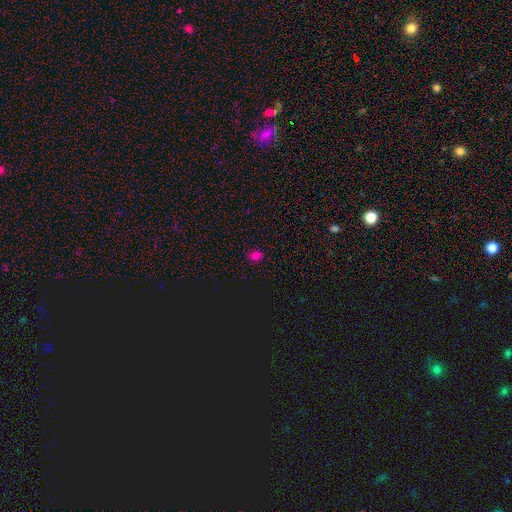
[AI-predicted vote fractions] smooth-or-featured: smooth: 71% | star or artifact: 24% | featured or disk: 5%
  how-rounded: in between: 72% | round: 27% | cigar-shaped: 1%
  merging: none: 83% | minor disturbance: 13% | major disturbance: 3% | merger: 1%